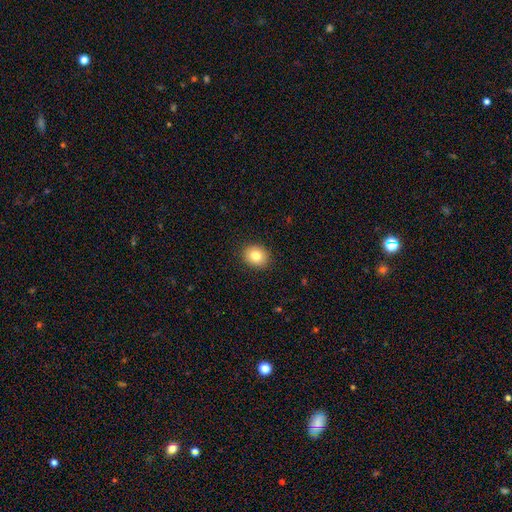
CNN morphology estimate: This is clearly a smooth galaxy (82%). How rounded: likely round (68%). Merging: clearly none (91%).